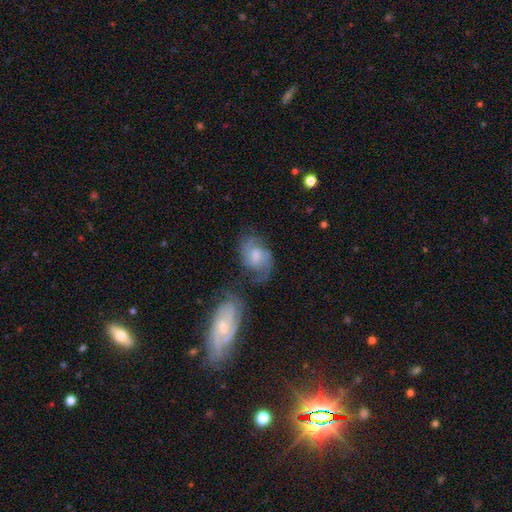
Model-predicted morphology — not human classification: Smooth or featured?
  - featured or disk: 62% *
  - smooth: 30%
  - star or artifact: 8%
Edge-on disk?
  - no: 96% *
  - yes: 4%
Bar?
  - weak: 52% *
  - no: 39%
  - strong: 9%
Spiral arms?
  - yes: 87% *
  - no: 13%
Spiral winding?
  - medium: 49% *
  - tight: 30%
  - loose: 21%
Spiral arm count?
  - 2: 65% *
  - can't tell: 21%
  - 3: 6%
  - 1: 4%
  - 4: 2%
  - more than 4: 2%
Bulge size?
  - moderate: 42% *
  - small: 32%
  - none: 15%
  - large: 9%
  - dominant: 2%
Merging?
  - none: 49% *
  - minor disturbance: 22%
  - major disturbance: 15%
  - merger: 14%